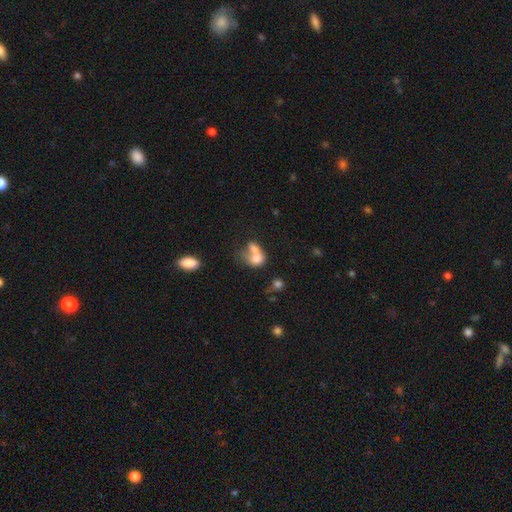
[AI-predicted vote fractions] The model was most divided on "how rounded": in between: 65%, round: 33%, cigar-shaped: 2%. More confident: smooth or featured — smooth (67%); merging — merger (65%).